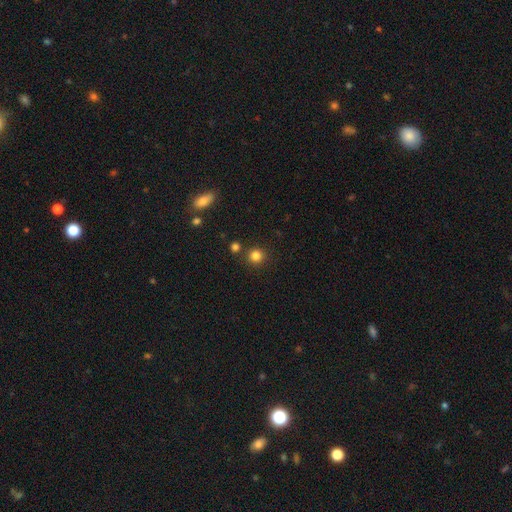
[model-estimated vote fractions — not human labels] Smooth or featured? Predicted: smooth (p=0.82). How rounded? Predicted: round (p=0.92). Merging? Predicted: none (p=0.84).